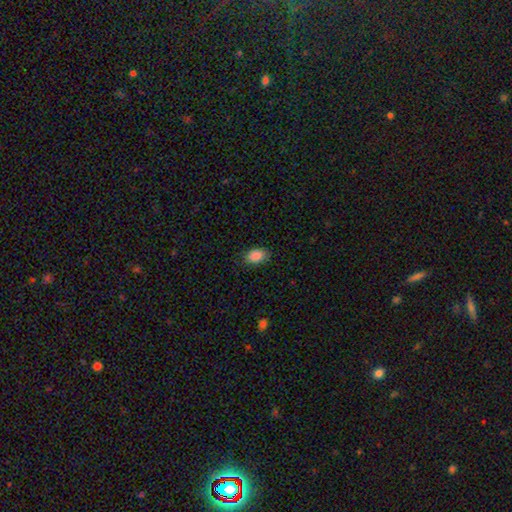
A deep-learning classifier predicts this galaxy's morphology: The model was most divided on "merging": none: 85%, minor disturbance: 12%, major disturbance: 3%, merger: 1%. More confident: smooth or featured — smooth (87%); how rounded — in between (87%).